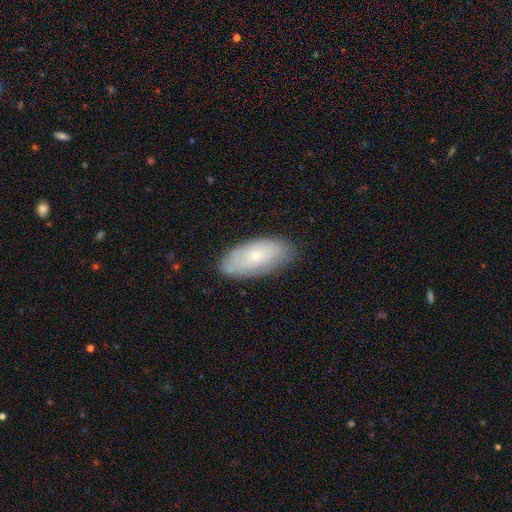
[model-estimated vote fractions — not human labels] smooth_or_featured: smooth (p=0.50) [alt: featured or disk p=0.43]
merging: none (p=0.76) [alt: minor disturbance p=0.18]